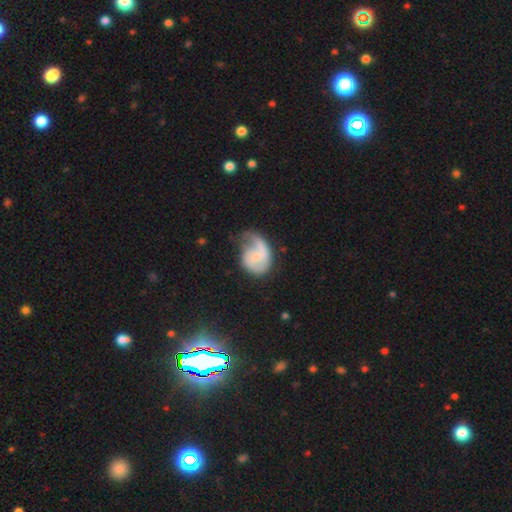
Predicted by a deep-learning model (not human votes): Q: Smooth or featured?
A: featured or disk (66%); runner-up: smooth (28%)
Q: Edge-on disk?
A: no (98%); runner-up: yes (2%)
Q: Bar?
A: no (55%); runner-up: weak (37%)
Q: Spiral arms?
A: yes (87%); runner-up: no (13%)
Q: Spiral winding?
A: medium (40%); runner-up: loose (38%)
Q: Spiral arm count?
A: 1 (44%); tied with: 2 (44%)
Q: Bulge size?
A: small (53%); runner-up: none (25%)
Q: Merging?
A: none (33%); tied with: major disturbance (33%)